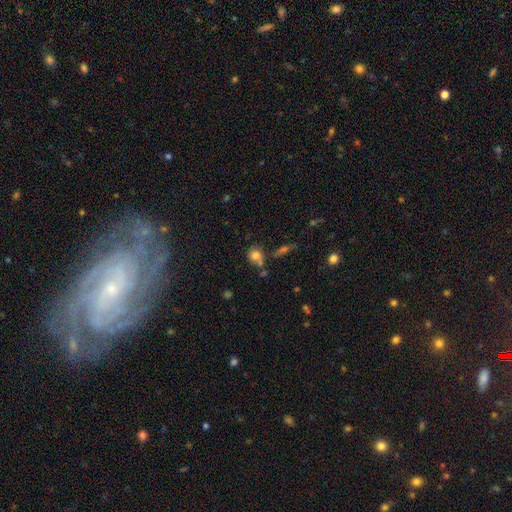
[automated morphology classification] smooth-or-featured: smooth: 73% | featured or disk: 15% | star or artifact: 12%
  how-rounded: round: 68% | in between: 30% | cigar-shaped: 2%
  merging: none: 49% | merger: 22% | minor disturbance: 19% | major disturbance: 9%